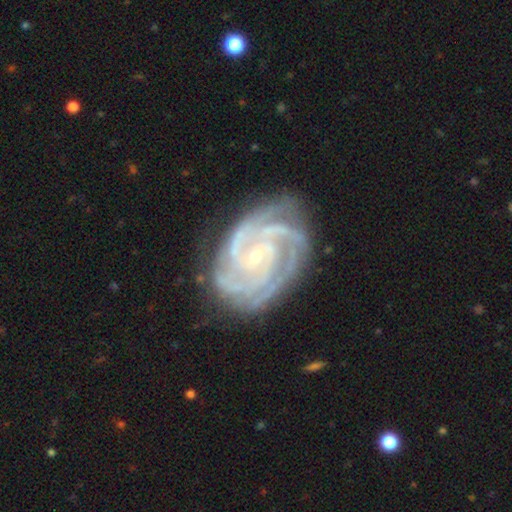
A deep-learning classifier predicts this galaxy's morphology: A featured or disk galaxy (91%) with no bar (57%), 4 (31%) tight (75%) spiral arms (99%) and a small central bulge (83%).

Vote fractions:
- Smooth or featured? featured or disk: 91% / star or artifact: 5% / smooth: 3%
- Edge-on disk? no: 98% / yes: 2%
- Bar? no: 57% / weak: 31% / strong: 12%
- Spiral arms? yes: 99% / no: 1%
- Spiral winding? tight: 75% / medium: 23% / loose: 3%
- Spiral arm count? 4: 31% / 3: 30% / can't tell: 12% / 2: 12% / more than 4: 9% / 1: 7%
- Bulge size? small: 83% / moderate: 13% / none: 2% / large: 1% / dominant: 1%
- Merging? none: 76% / minor disturbance: 17% / major disturbance: 5% / merger: 1%